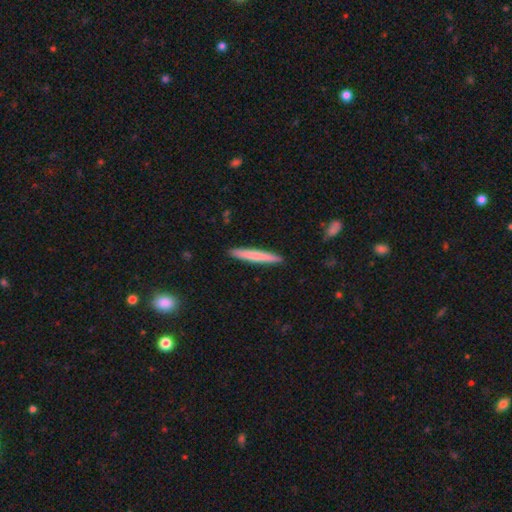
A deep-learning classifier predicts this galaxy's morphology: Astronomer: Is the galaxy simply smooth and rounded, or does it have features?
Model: smooth — 73%.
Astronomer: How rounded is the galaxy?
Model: cigar-shaped — 96%.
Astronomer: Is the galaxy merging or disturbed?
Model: none — 92%.